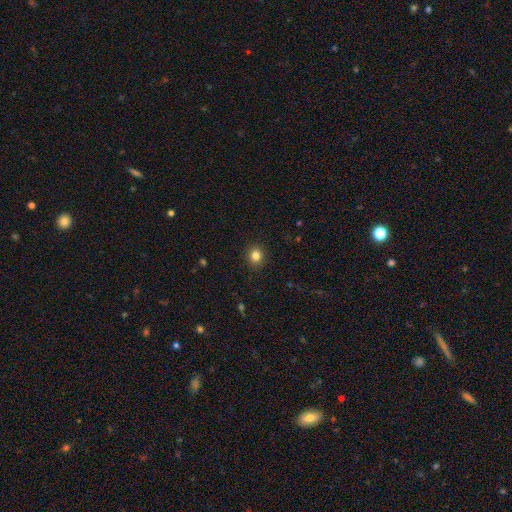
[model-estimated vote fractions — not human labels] A smooth galaxy with no disk features (83%) that is round (87%). Merging: none (91%).